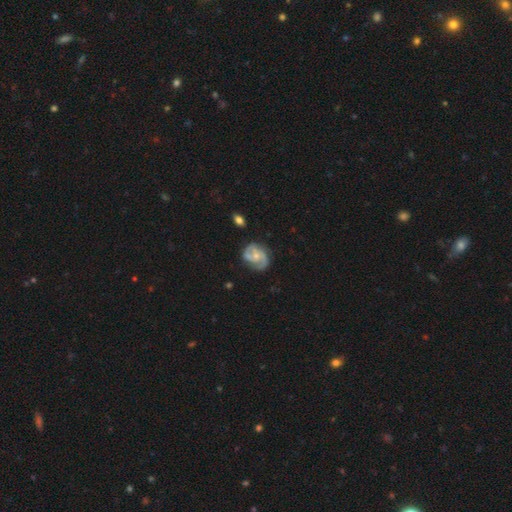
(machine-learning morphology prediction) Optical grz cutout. It shows a featured or disk galaxy (85%) with no bar (59%), 2 (72%) medium (46%) spiral arms (96%) and a small central bulge (54%). Merging: none (68%).